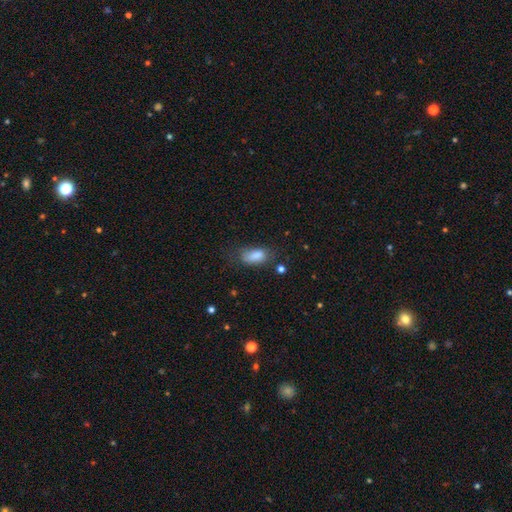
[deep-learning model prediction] Smooth or featured? Predicted: smooth (p=0.82). How rounded? Predicted: in between (p=0.88). Merging? Predicted: none (p=0.52).